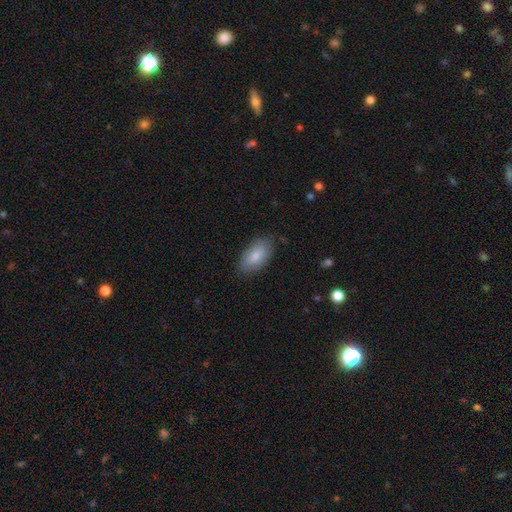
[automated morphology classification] smooth-or-featured: smooth: 81% | featured or disk: 13% | star or artifact: 6%
  how-rounded: in between: 93% | cigar-shaped: 4% | round: 3%
  merging: none: 80% | minor disturbance: 16% | major disturbance: 3% | merger: 1%